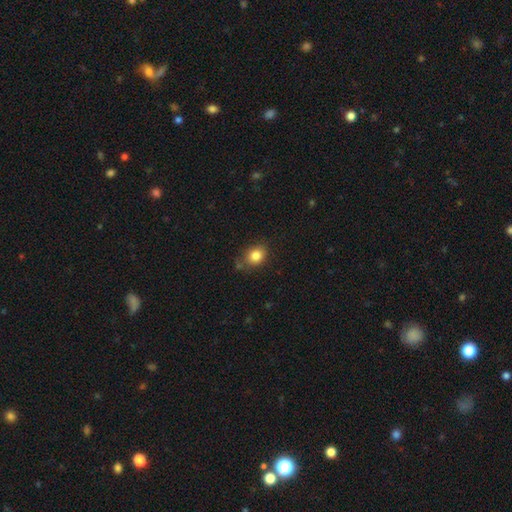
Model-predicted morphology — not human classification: type=smooth (84%); roundness=in between (50%); merging=none (71%).